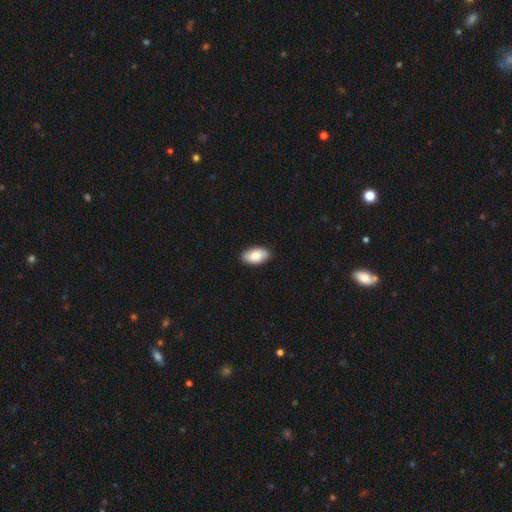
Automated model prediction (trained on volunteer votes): smooth-or-featured: smooth: 83% | featured or disk: 11% | star or artifact: 6%
  how-rounded: in between: 94% | round: 4% | cigar-shaped: 1%
  merging: none: 87% | minor disturbance: 10% | major disturbance: 2% | merger: 1%